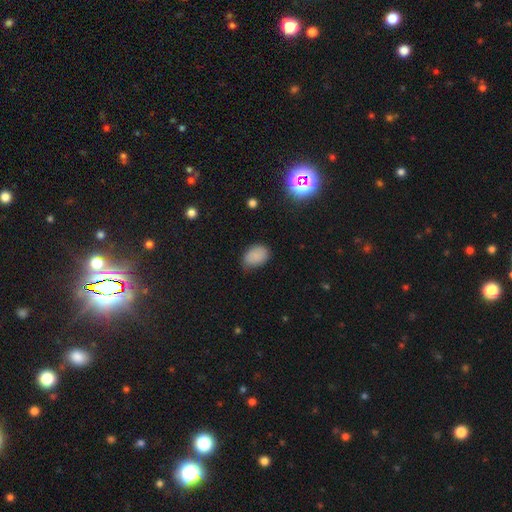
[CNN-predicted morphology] The model was most divided on "merging": none: 61%, minor disturbance: 31%, major disturbance: 6%, merger: 2%. More confident: how rounded — in between (83%); smooth or featured — smooth (83%).